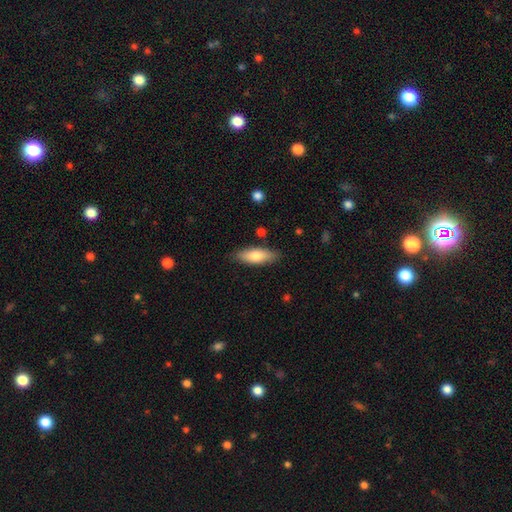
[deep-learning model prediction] smooth 74%, featured or disk 21%, star or artifact 6%. Down the decision tree: how rounded — in between (62%); merging — none (84%).